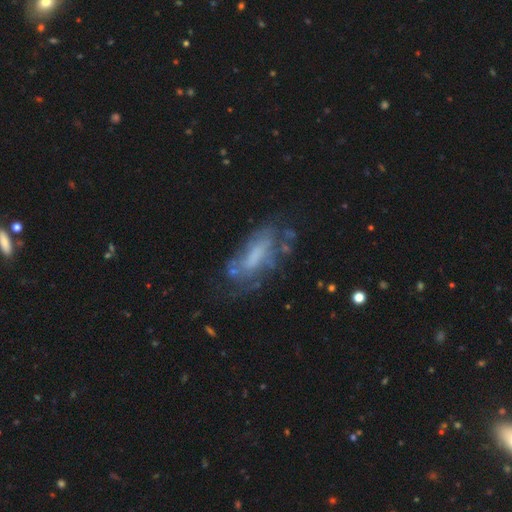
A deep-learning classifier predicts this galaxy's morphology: type=featured or disk (58%); edge-on=no (86%); bar=no (55%); spiral arms=yes (52%); bulge=none (40%); merging=none (54%).